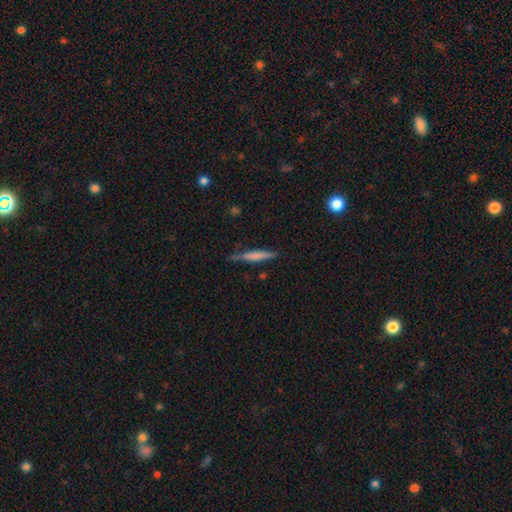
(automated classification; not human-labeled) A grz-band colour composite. It shows a smooth galaxy with no disk features (55%) that is cigar-shaped (93%). Merging: none (79%).